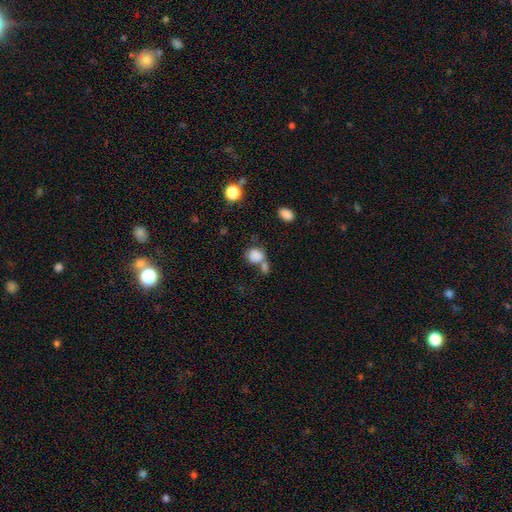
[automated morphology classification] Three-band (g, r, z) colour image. It shows a smooth galaxy with no disk features (82%) that is round (62%). Merging: merger (46%).